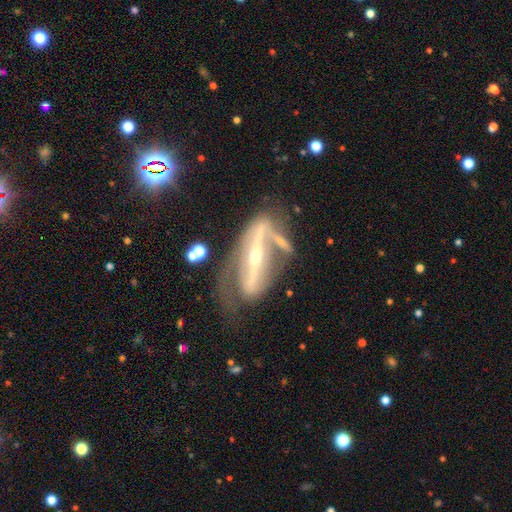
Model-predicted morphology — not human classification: This appears to be a featured or disk galaxy (86%) with a strong bar (80%), spiral arms (77%) and a small central bulge (67%). Merging: none (47%).